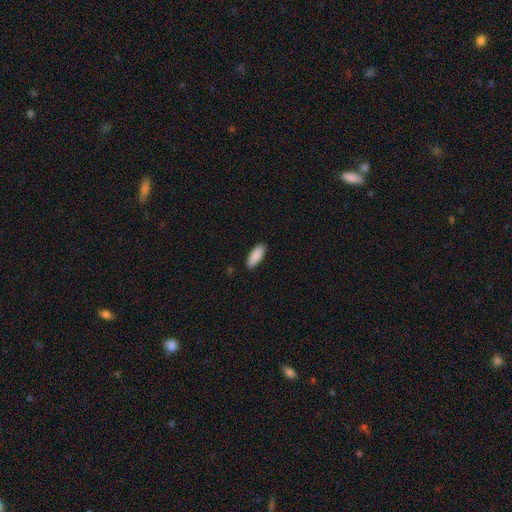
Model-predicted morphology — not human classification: Smooth or featured: smooth — 90% (star or artifact — 6%)
How rounded: in between — 77% (cigar-shaped — 21%)
Merging: none — 88% (minor disturbance — 9%)